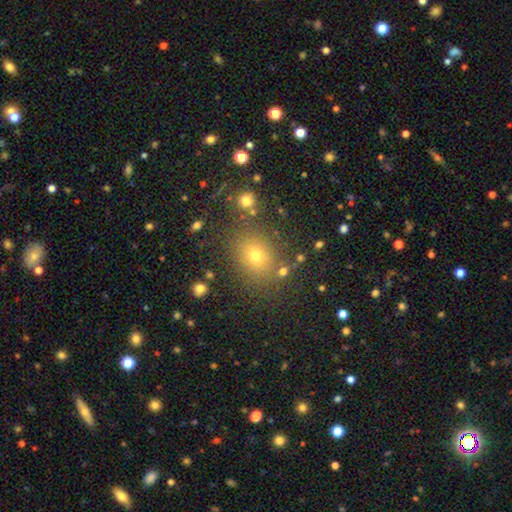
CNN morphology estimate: A smooth galaxy with no disk features (66%) that is round (56%).

Vote fractions:
- Smooth or featured? smooth: 66% / star or artifact: 23% / featured or disk: 11%
- How rounded? round: 56% / in between: 43% / cigar-shaped: 1%
- Merging? none: 81% / minor disturbance: 10% / merger: 5% / major disturbance: 4%